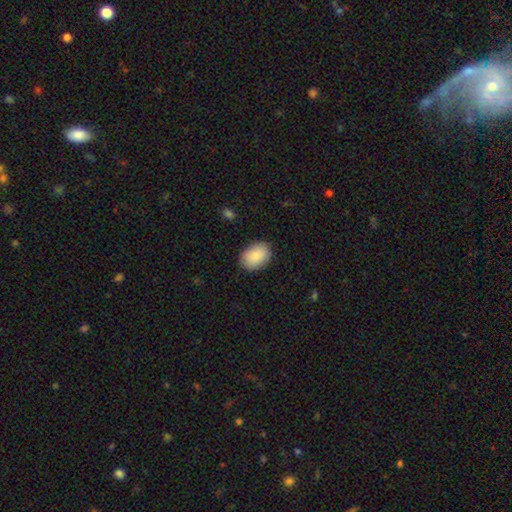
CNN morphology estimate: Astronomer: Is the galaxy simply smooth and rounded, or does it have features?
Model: smooth — 87%.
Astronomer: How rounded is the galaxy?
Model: in between — 80%.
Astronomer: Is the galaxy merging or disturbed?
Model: none — 86%.